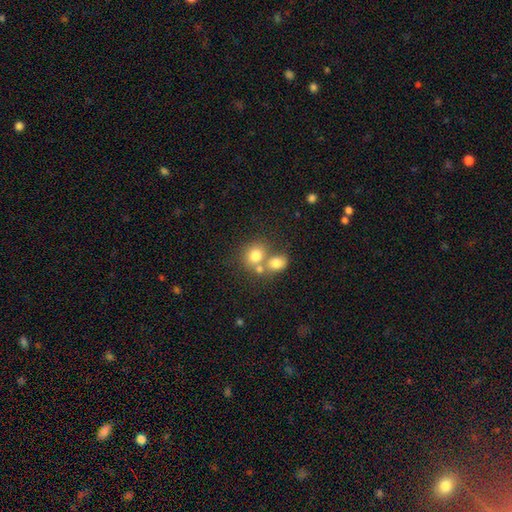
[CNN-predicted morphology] Q: Smooth or featured?
A: smooth (75%); runner-up: featured or disk (13%)
Q: How rounded?
A: round (68%); runner-up: in between (31%)
Q: Merging?
A: merger (47%); runner-up: none (40%)